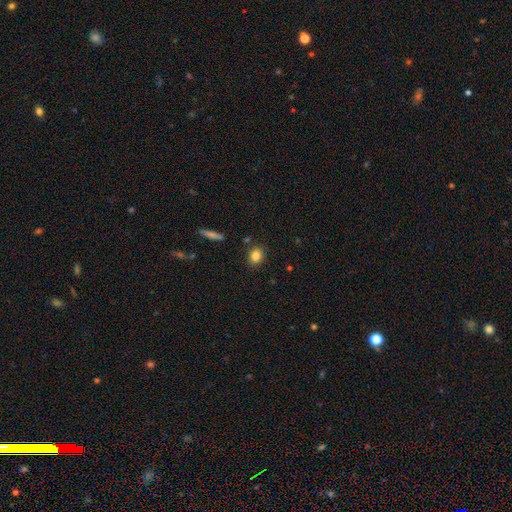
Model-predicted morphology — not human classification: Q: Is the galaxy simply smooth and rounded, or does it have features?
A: smooth — 83%.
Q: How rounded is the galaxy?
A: round — 64%.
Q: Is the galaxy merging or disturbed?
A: none — 86%.